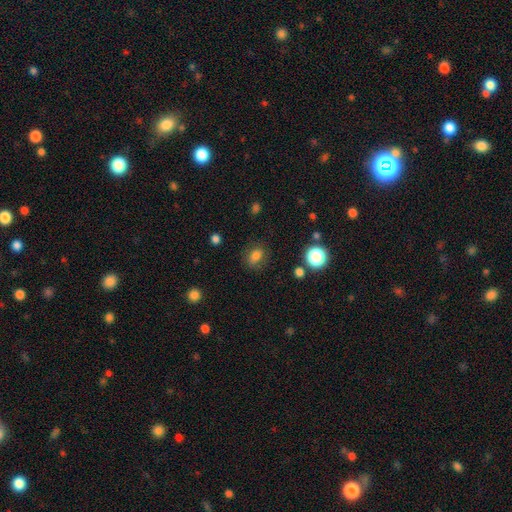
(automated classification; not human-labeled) Overall: smooth (77%). How rounded: in between (61%; round 37%). Merging: none (78%).